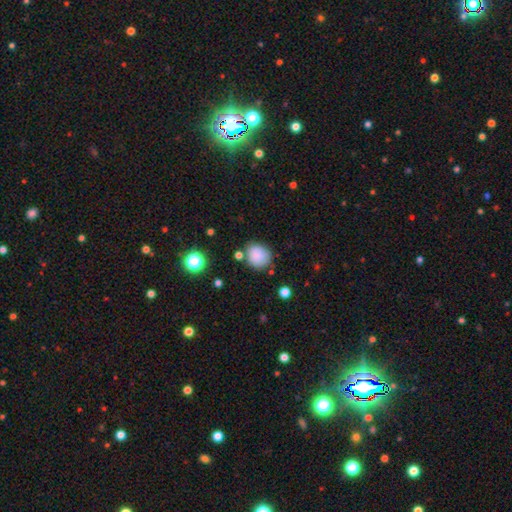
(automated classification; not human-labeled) smooth 84%, star or artifact 10%, featured or disk 6%. Down the decision tree: how rounded — round (78%); merging — none (73%).